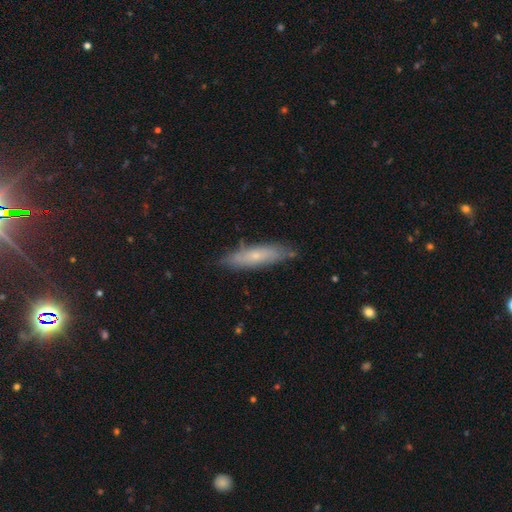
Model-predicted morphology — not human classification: This is possibly a smooth galaxy (50%). Merging: likely none (79%).